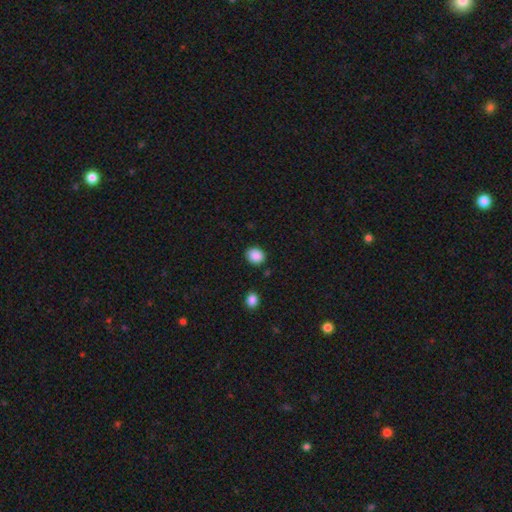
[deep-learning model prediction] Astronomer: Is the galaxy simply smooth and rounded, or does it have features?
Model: smooth — 89%.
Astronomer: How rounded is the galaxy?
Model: round — 63%.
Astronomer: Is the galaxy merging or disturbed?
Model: none — 86%.